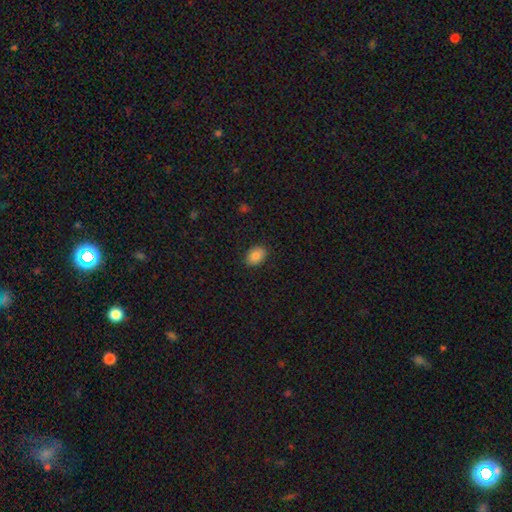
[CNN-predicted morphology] A smooth galaxy with no disk features (85%) that is in between round and cigar-shaped (73%). Merging: none (88%).